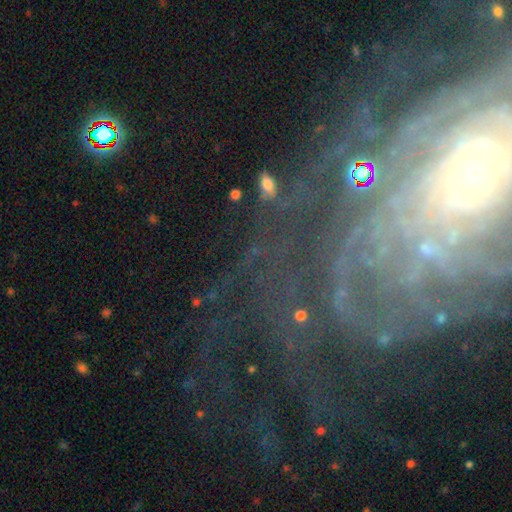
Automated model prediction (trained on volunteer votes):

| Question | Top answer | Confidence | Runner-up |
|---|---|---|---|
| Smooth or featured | featured or disk | 71% | star or artifact (19%) |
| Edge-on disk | no | 95% | yes (5%) |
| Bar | no | 54% | weak (27%) |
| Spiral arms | yes | 91% | no (9%) |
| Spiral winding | tight | 70% | medium (22%) |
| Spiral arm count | can't tell | 30% | 2 (15%) |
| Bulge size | small | 67% | moderate (17%) |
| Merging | none | 64% | minor disturbance (16%) |